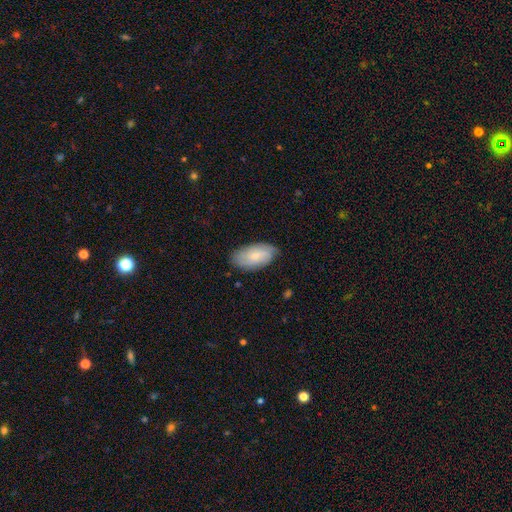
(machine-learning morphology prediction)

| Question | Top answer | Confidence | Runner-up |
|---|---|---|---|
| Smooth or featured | smooth | 57% | featured or disk (37%) |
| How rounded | in between | 93% | cigar-shaped (4%) |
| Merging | none | 77% | minor disturbance (18%) |